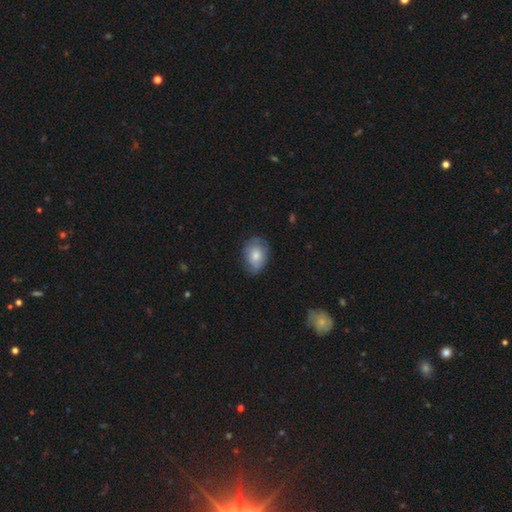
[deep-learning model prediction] Morphology: type=smooth (73%); roundness=in between (70%); merging=none (67%).